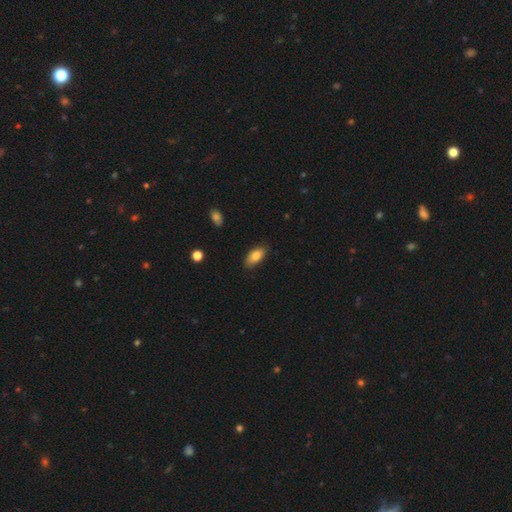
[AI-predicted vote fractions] A smooth galaxy with no disk features (83%) that is in between round and cigar-shaped (89%). Merging: none (82%).